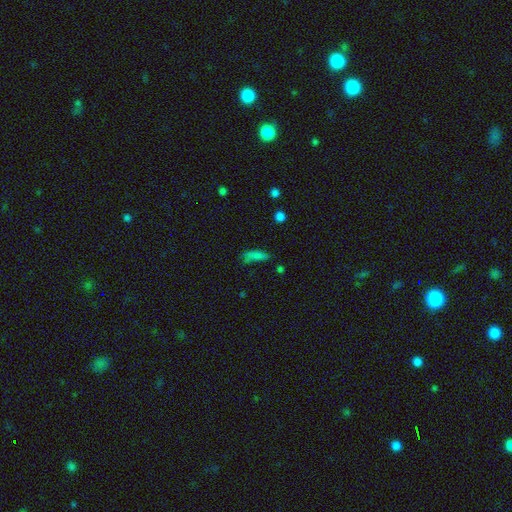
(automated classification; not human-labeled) Smooth or featured?
  - smooth: 76% *
  - star or artifact: 13%
  - featured or disk: 11%
How rounded?
  - cigar-shaped: 49% *
  - in between: 47%
  - round: 4%
Merging?
  - none: 53% *
  - minor disturbance: 28%
  - major disturbance: 13%
  - merger: 7%